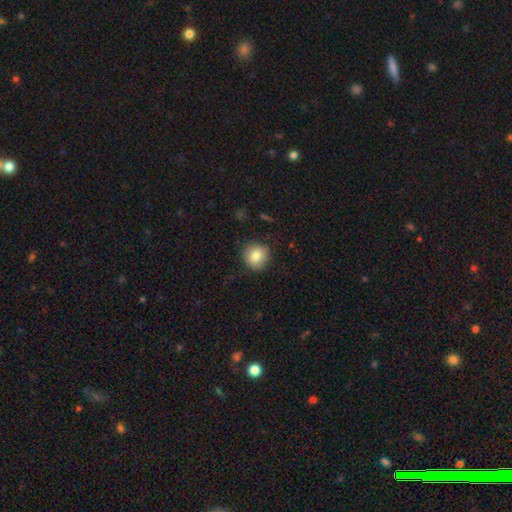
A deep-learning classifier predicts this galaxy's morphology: A smooth galaxy with no disk features (84%) that is round (88%).

Vote fractions:
- Smooth or featured? smooth: 84% / star or artifact: 9% / featured or disk: 7%
- How rounded? round: 88% / in between: 11% / cigar-shaped: 1%
- Merging? none: 84% / minor disturbance: 12% / major disturbance: 3% / merger: 1%